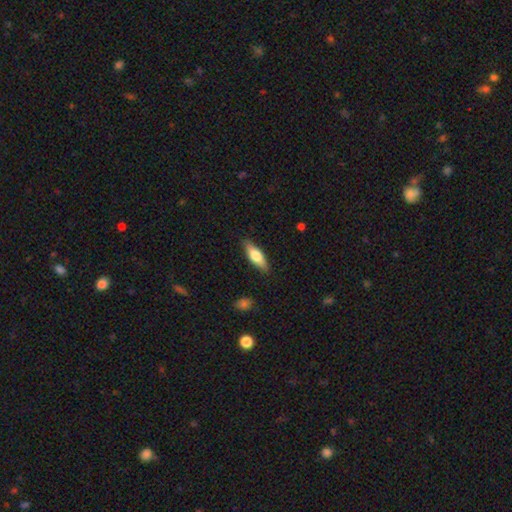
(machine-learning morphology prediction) Overall: smooth (63%; featured or disk 31%). How rounded: in between (55%; cigar-shaped 43%). Merging: none (87%).